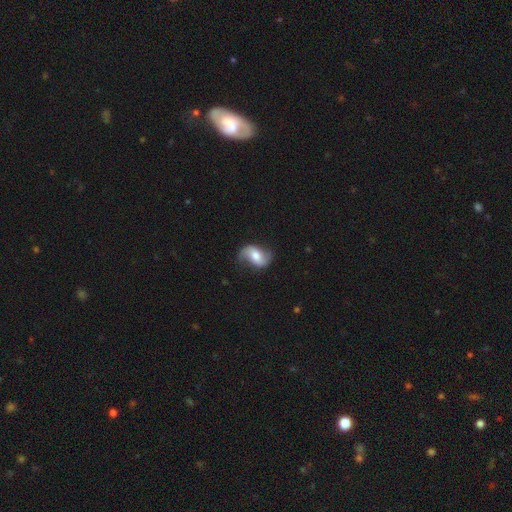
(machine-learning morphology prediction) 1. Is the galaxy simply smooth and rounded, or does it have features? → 71% featured or disk, 23% smooth, 7% star or artifact.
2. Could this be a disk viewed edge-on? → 96% no, 4% yes.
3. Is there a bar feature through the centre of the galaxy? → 43% no, 41% weak, 17% strong.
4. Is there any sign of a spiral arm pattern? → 92% yes, 8% no.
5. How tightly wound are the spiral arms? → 67% loose, 25% medium, 7% tight.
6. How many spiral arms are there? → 90% 2, 4% 1, 3% can't tell, 1% 3, 1% 4, 1% more than 4.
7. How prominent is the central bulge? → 58% moderate, 20% large, 17% small, 3% none, 3% dominant.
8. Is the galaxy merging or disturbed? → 72% none, 19% minor disturbance, 8% major disturbance, 2% merger.